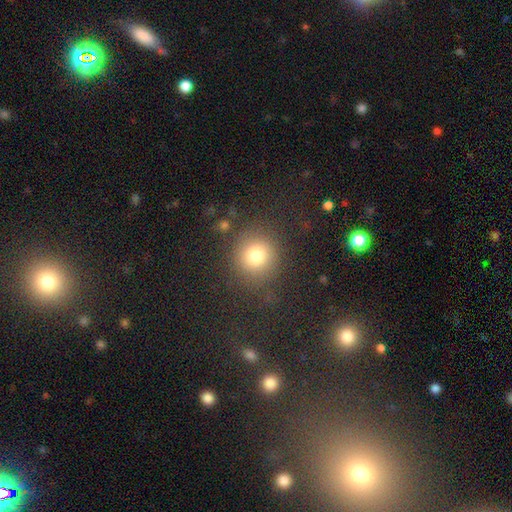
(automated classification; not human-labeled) The model was most divided on "smooth or featured": smooth: 78%, star or artifact: 13%, featured or disk: 8%. More confident: how rounded — round (89%); merging — none (79%).